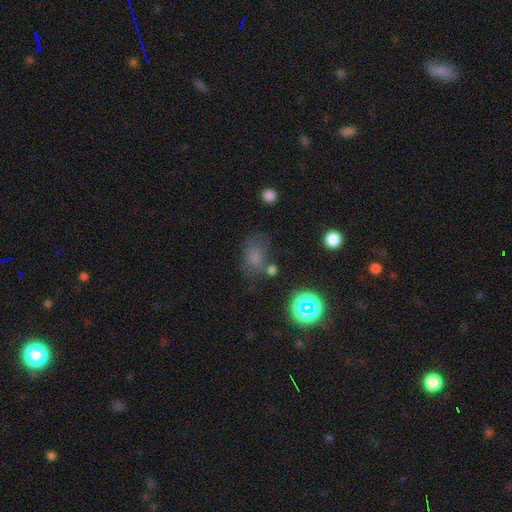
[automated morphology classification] Smooth or featured: smooth — 60% (star or artifact — 26%)
How rounded: in between — 69% (round — 29%)
Merging: none — 60% (minor disturbance — 21%)